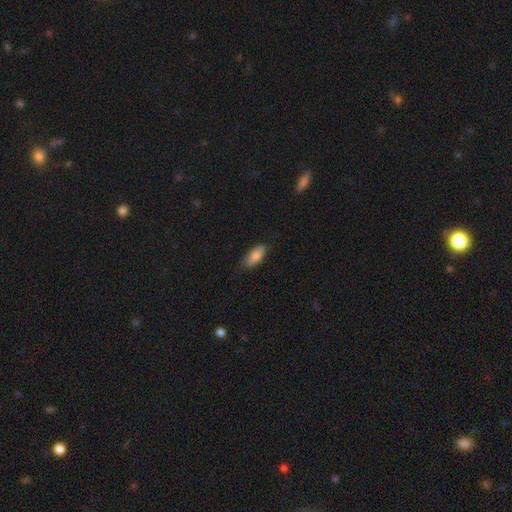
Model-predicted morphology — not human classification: A smooth galaxy with no disk features (81%) that is in between round and cigar-shaped (82%). Merging: none (82%).